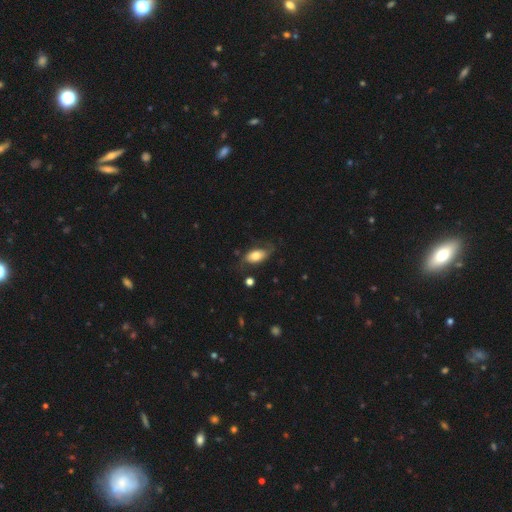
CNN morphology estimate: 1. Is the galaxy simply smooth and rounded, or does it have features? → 59% smooth, 34% featured or disk, 7% star or artifact.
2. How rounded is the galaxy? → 88% in between, 6% cigar-shaped, 6% round.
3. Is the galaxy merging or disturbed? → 59% none, 24% minor disturbance, 15% major disturbance, 2% merger.